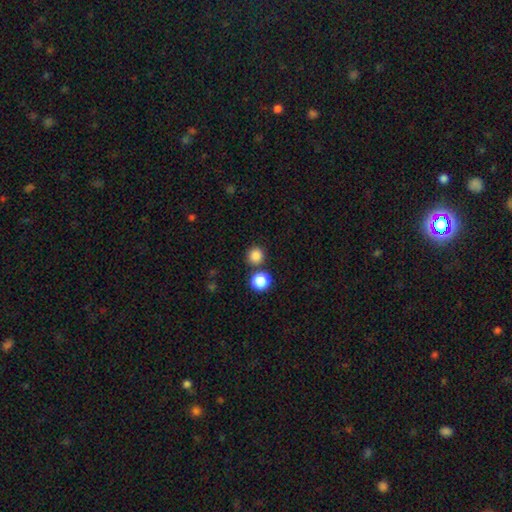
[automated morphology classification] The model was most divided on "merging": none: 77%, merger: 13%, minor disturbance: 7%, major disturbance: 3%. More confident: how rounded — round (92%); smooth or featured — smooth (85%).